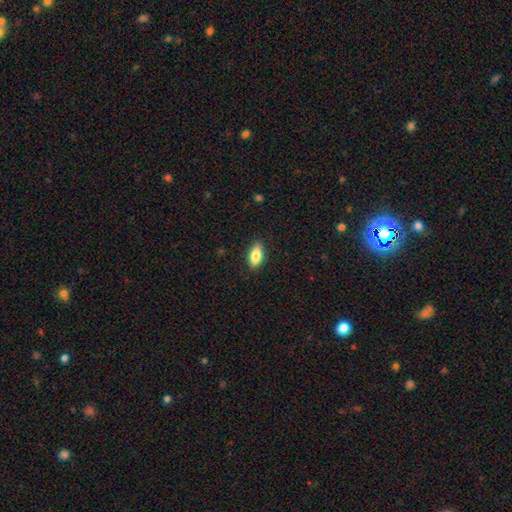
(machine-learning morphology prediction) Smooth or featured?
  - smooth: 84% *
  - featured or disk: 9%
  - star or artifact: 7%
How rounded?
  - in between: 89% *
  - cigar-shaped: 7%
  - round: 3%
Merging?
  - none: 86% *
  - minor disturbance: 11%
  - major disturbance: 2%
  - merger: 1%